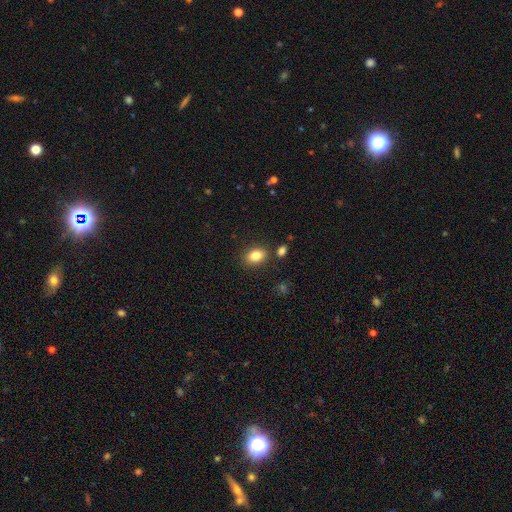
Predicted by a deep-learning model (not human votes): Morphology: type=smooth (84%); roundness=in between (76%); merging=none (82%).